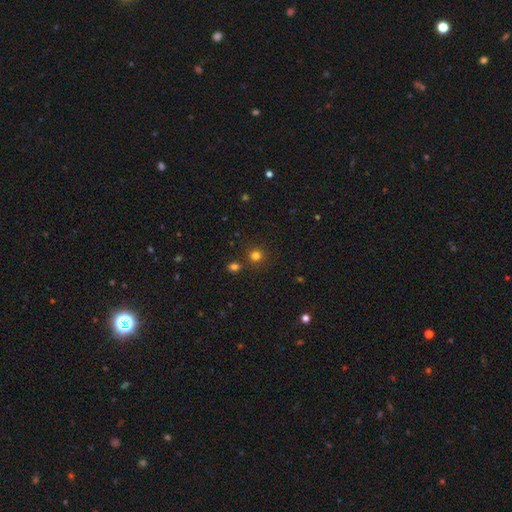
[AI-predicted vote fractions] Smooth or featured? Predicted: smooth (p=0.77). How rounded? Predicted: round (p=0.90). Merging? Predicted: none (p=0.80).